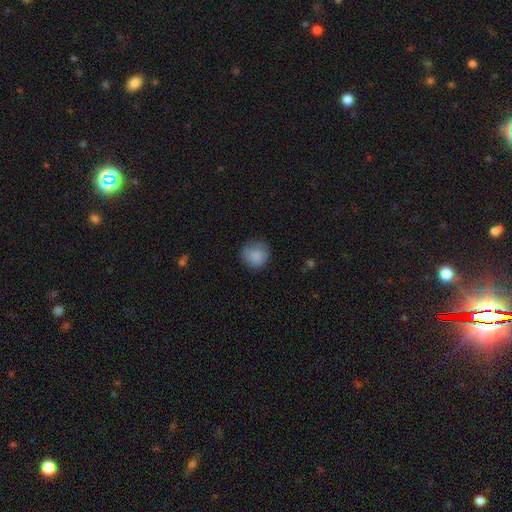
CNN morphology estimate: Overall: smooth (86%). How rounded: round (91%). Merging: none (80%).